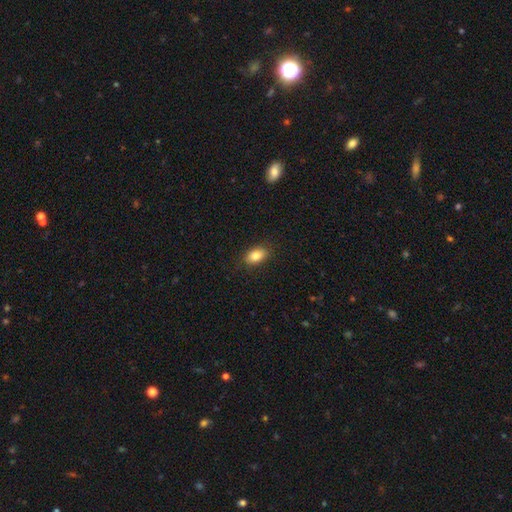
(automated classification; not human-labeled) Smooth or featured?
  - smooth: 84% *
  - star or artifact: 8%
  - featured or disk: 8%
How rounded?
  - in between: 88% *
  - round: 10%
  - cigar-shaped: 2%
Merging?
  - none: 87% *
  - minor disturbance: 10%
  - major disturbance: 2%
  - merger: 1%